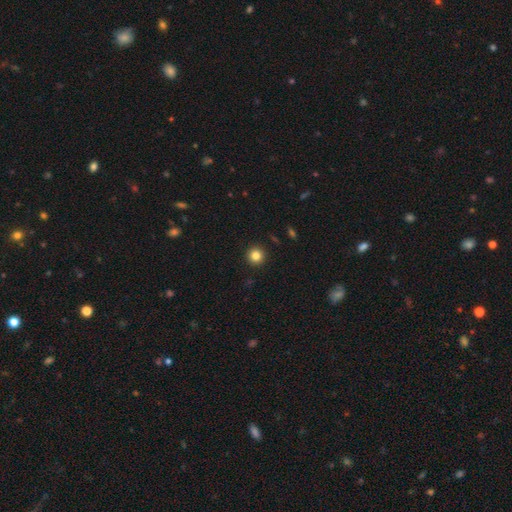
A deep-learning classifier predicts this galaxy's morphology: Smooth or featured?
  - smooth: 83% *
  - star or artifact: 11%
  - featured or disk: 5%
How rounded?
  - round: 96% *
  - in between: 3%
  - cigar-shaped: 1%
Merging?
  - none: 93% *
  - minor disturbance: 4%
  - major disturbance: 2%
  - merger: 1%